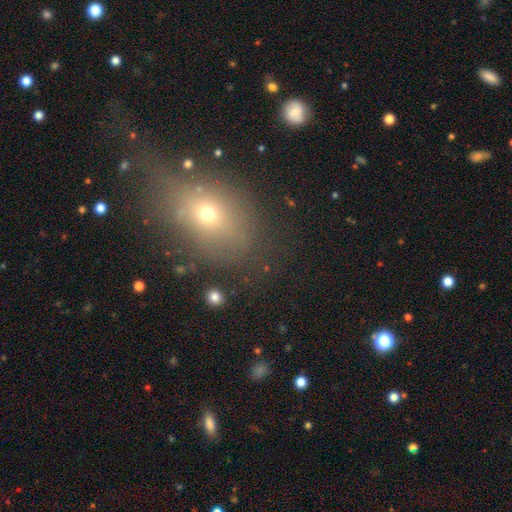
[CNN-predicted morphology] The model was most divided on "how rounded": in between: 61%, round: 36%, cigar-shaped: 3%. More confident: merging — none (59%); smooth or featured — smooth (56%).